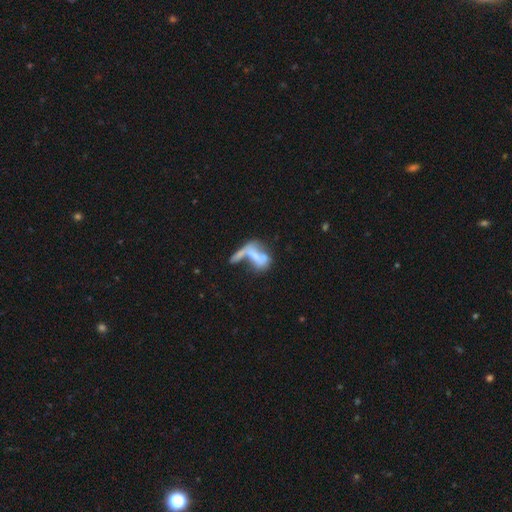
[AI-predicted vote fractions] smooth_or_featured: featured or disk (p=0.45) [alt: smooth p=0.43]
merging: merger (p=0.52) [alt: major disturbance p=0.23]